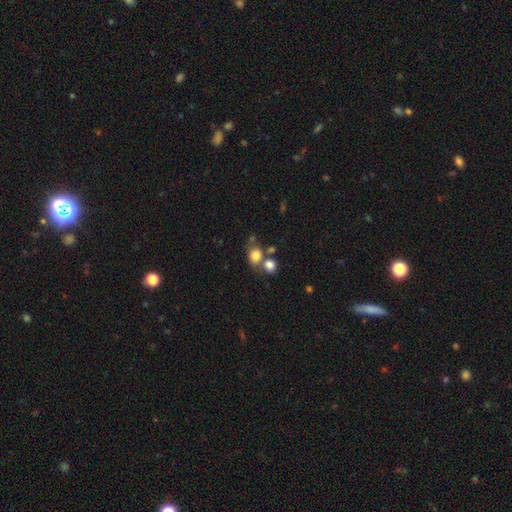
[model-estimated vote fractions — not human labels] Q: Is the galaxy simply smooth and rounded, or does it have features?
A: smooth — 79%.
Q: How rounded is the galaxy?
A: round — 60%.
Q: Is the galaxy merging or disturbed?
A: none — 47%.